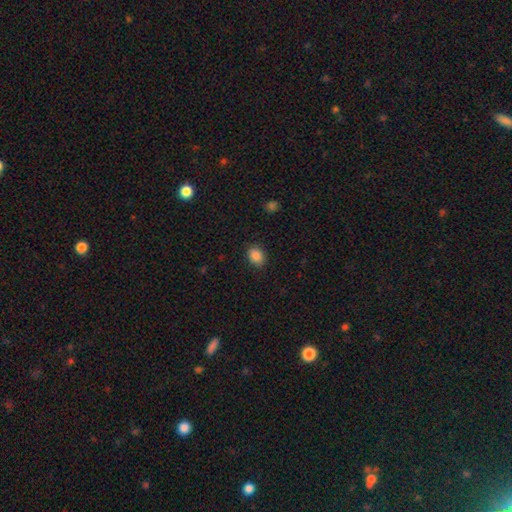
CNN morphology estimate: smooth_or_featured: smooth (p=0.87) [alt: star or artifact p=0.09]
how_rounded: in between (p=0.61) [alt: round p=0.38]
merging: none (p=0.87) [alt: minor disturbance p=0.10]